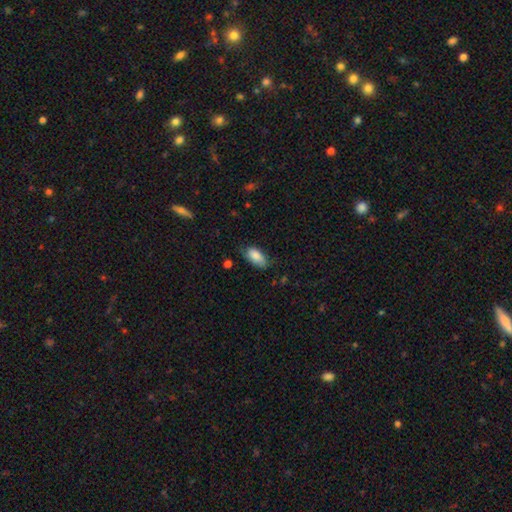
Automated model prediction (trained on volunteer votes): smooth_or_featured: smooth (p=0.83) [alt: featured or disk p=0.10]
how_rounded: in between (p=0.91) [alt: cigar-shaped p=0.06]
merging: none (p=0.62) [alt: minor disturbance p=0.29]